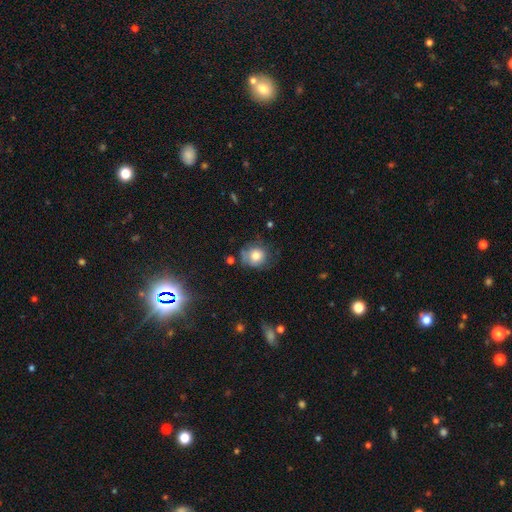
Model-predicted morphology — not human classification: This appears to be a smooth galaxy with no disk features (74%) that is round (81%). Merging: none (60%).